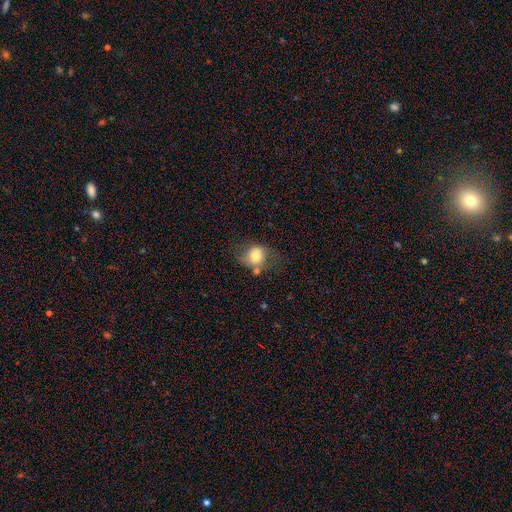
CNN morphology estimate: type=smooth (69%); roundness=round (52%); merging=none (45%).